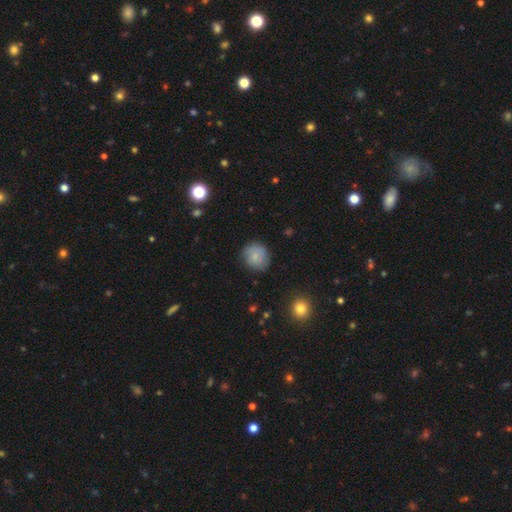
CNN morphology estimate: The model was most divided on "smooth or featured": smooth: 74%, featured or disk: 18%, star or artifact: 8%. More confident: how rounded — round (88%); merging — none (78%).